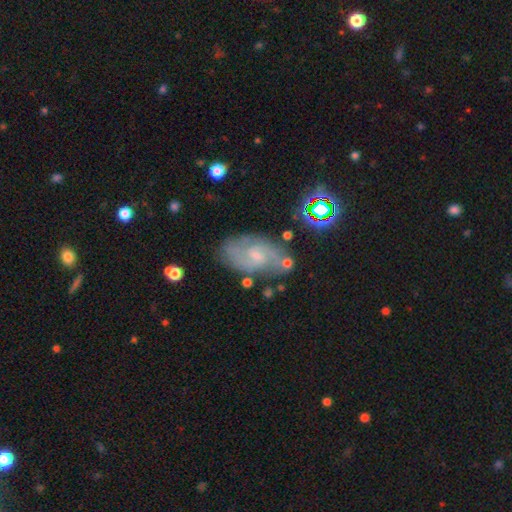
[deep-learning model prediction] Smooth or featured?
  - featured or disk: 74% *
  - smooth: 16%
  - star or artifact: 10%
Edge-on disk?
  - no: 96% *
  - yes: 4%
Bar?
  - weak: 54% *
  - no: 38%
  - strong: 8%
Spiral arms?
  - yes: 92% *
  - no: 8%
Spiral winding?
  - medium: 49% *
  - tight: 32%
  - loose: 20%
Spiral arm count?
  - 2: 70% *
  - can't tell: 17%
  - 3: 6%
  - 1: 3%
  - 4: 2%
  - more than 4: 2%
Bulge size?
  - small: 58% *
  - moderate: 28%
  - none: 11%
  - large: 2%
  - dominant: 1%
Merging?
  - none: 70% *
  - minor disturbance: 18%
  - major disturbance: 6%
  - merger: 5%